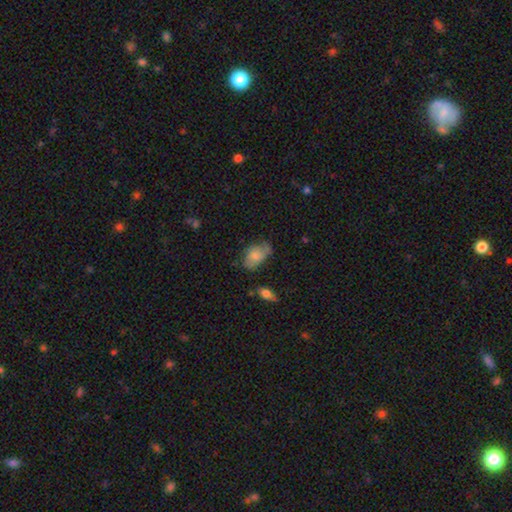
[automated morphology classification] This is likely a smooth galaxy (65%). How rounded: clearly in between (89%). Merging: possibly none (48%).